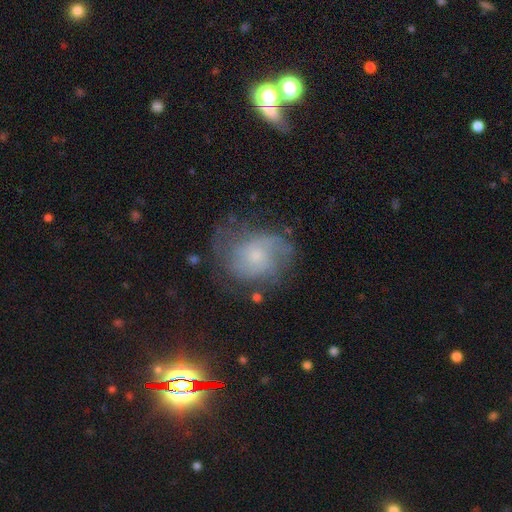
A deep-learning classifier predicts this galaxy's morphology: Overall: featured or disk (64%; smooth 26%). Edge-on disk: no (97%). Bar: no (73%). Spiral arms: yes (84%). Spiral arm count: can't tell (36%, tied with 2). Spiral winding: medium (43%; tight 33%). Bulge size: small (58%; moderate 29%). Merging: none (56%; minor disturbance 24%).